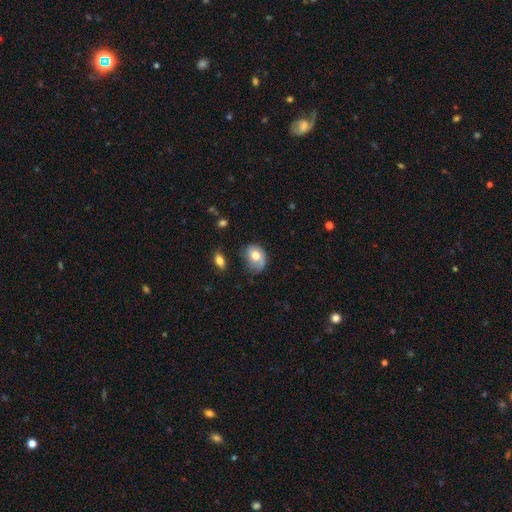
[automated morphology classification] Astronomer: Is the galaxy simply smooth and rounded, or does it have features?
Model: smooth — 69%.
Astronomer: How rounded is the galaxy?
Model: in between — 58% (runner-up: round, 41%).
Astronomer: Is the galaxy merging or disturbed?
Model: none — 46% (runner-up: minor disturbance, 34%).